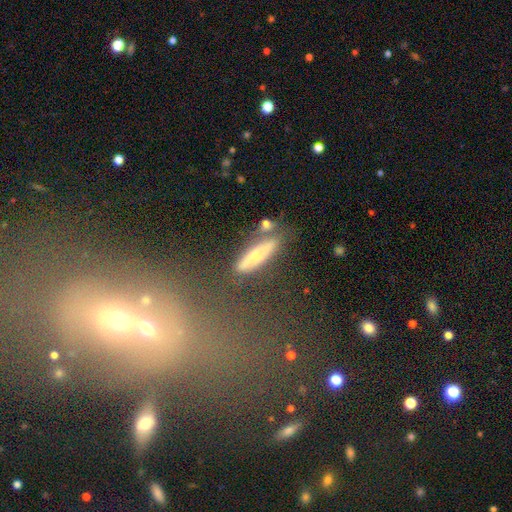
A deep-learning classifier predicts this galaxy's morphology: type=smooth (58%); roundness=cigar-shaped (80%); merging=none (75%).